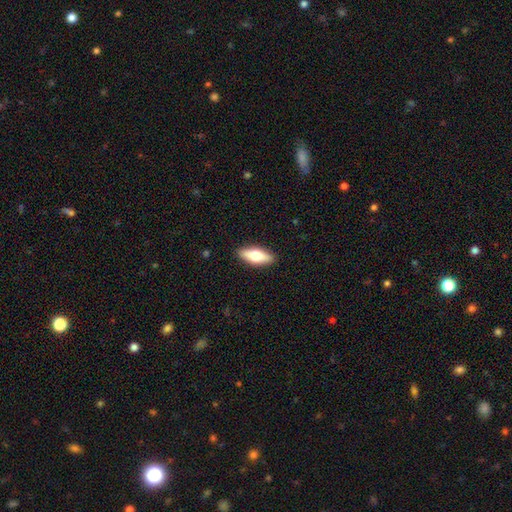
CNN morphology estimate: smooth 58%, featured or disk 36%, star or artifact 6%. Down the decision tree: how rounded — in between (65%); merging — none (90%).